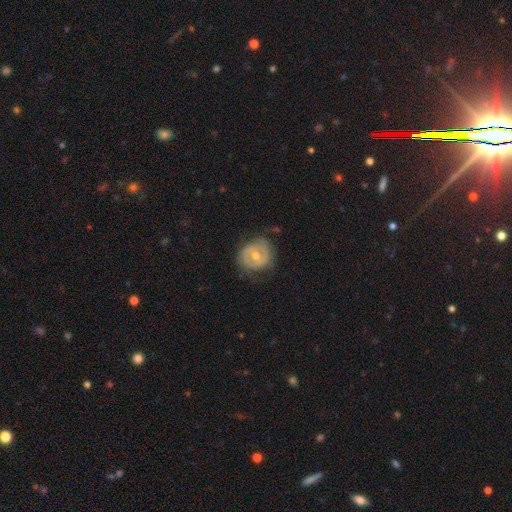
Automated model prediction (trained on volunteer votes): Smooth or featured? Predicted: featured or disk (p=0.56). Edge-on disk? Predicted: no (p=0.97). Bar? Predicted: no (p=0.67). Spiral arms? Predicted: no (p=0.52). Bulge size? Predicted: moderate (p=0.67). Merging? Predicted: none (p=0.63).